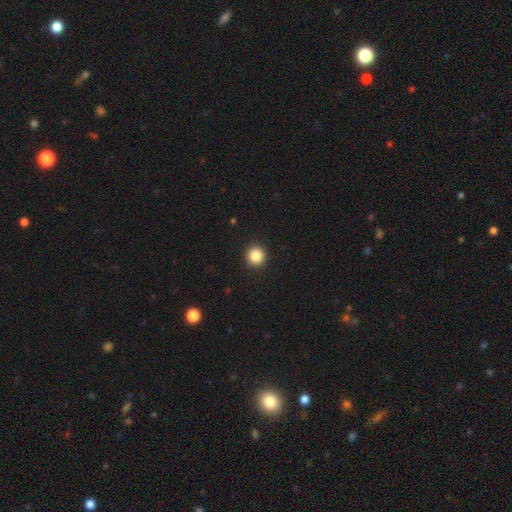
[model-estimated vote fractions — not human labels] Morphology: type=smooth (86%); roundness=round (95%); merging=none (93%).